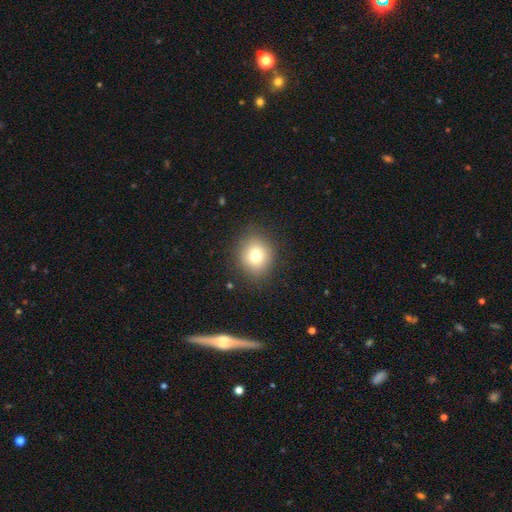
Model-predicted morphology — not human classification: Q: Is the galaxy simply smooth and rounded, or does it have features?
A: smooth — 77%.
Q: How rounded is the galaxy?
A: round — 81%.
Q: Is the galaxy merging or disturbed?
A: none — 87%.